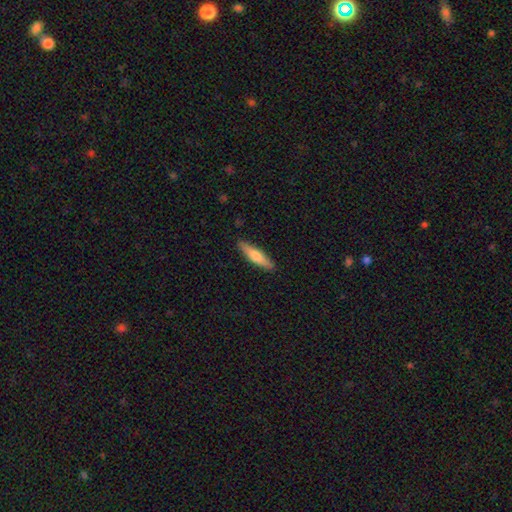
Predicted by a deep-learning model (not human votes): Smooth or featured? smooth (68%)
How rounded? cigar-shaped (76%)
Merging? none (89%)